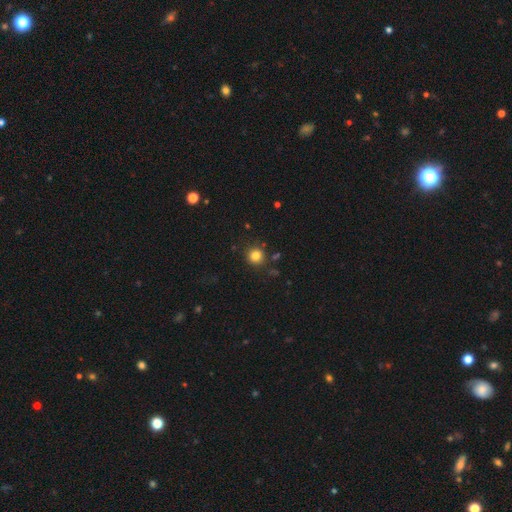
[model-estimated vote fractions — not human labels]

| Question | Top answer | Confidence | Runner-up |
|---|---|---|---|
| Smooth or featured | smooth | 82% | star or artifact (12%) |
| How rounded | round | 92% | in between (7%) |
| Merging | none | 87% | minor disturbance (7%) |